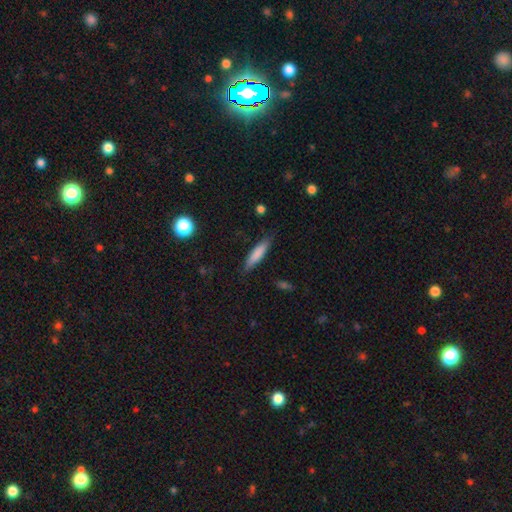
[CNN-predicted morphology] A smooth galaxy with no disk features (80%) that is cigar-shaped (80%).

Vote fractions:
- Smooth or featured? smooth: 80% / featured or disk: 14% / star or artifact: 6%
- How rounded? cigar-shaped: 80% / in between: 19% / round: 2%
- Merging? none: 84% / minor disturbance: 12% / major disturbance: 2% / merger: 1%